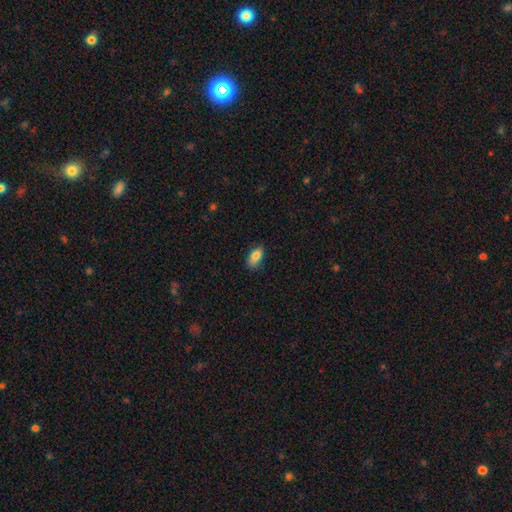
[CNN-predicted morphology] Smooth or featured: smooth — 82% (featured or disk — 10%)
How rounded: in between — 88% (cigar-shaped — 8%)
Merging: none — 74% (minor disturbance — 21%)